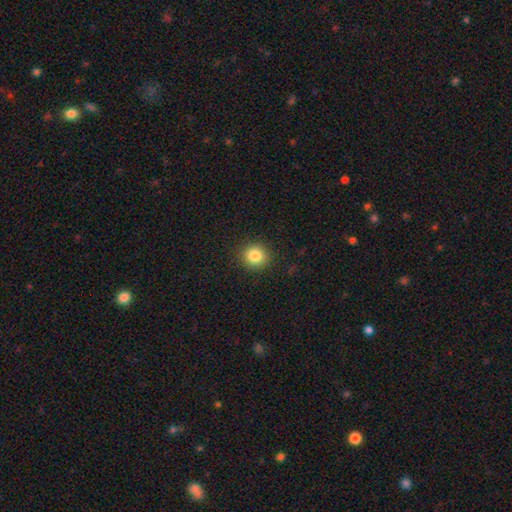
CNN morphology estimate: smooth 85%, star or artifact 11%, featured or disk 5%. Down the decision tree: how rounded — round (89%); merging — none (90%).